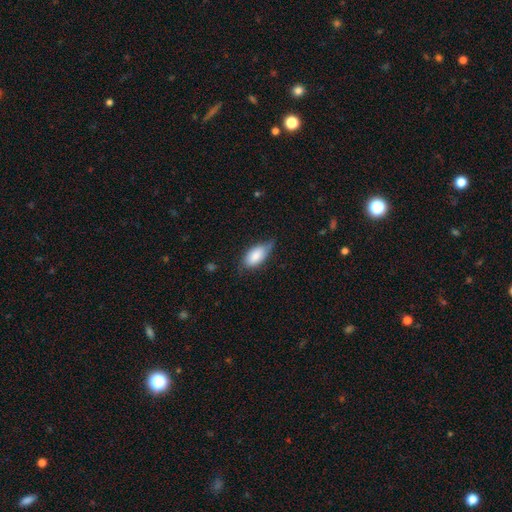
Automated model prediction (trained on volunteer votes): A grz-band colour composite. It shows a smooth galaxy with no disk features (80%) that is in between round and cigar-shaped (92%). Merging: none (50%).